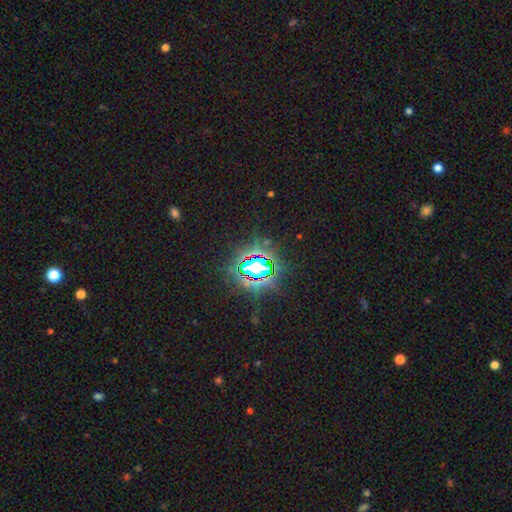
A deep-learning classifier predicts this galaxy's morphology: Smooth or featured? Predicted: star or artifact (p=0.78).